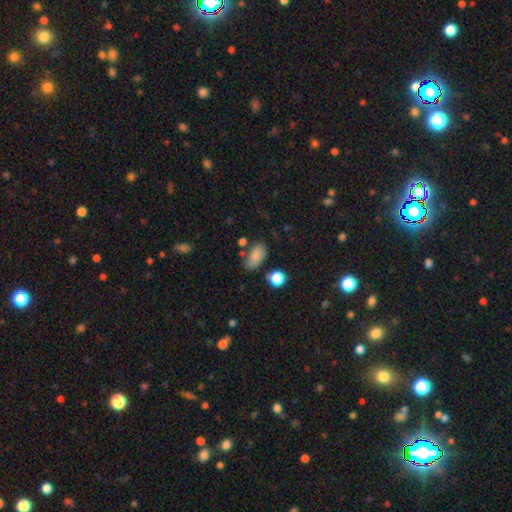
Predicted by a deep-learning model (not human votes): Smooth or featured: smooth — 83% (star or artifact — 10%)
How rounded: in between — 90% (round — 7%)
Merging: none — 63% (minor disturbance — 22%)